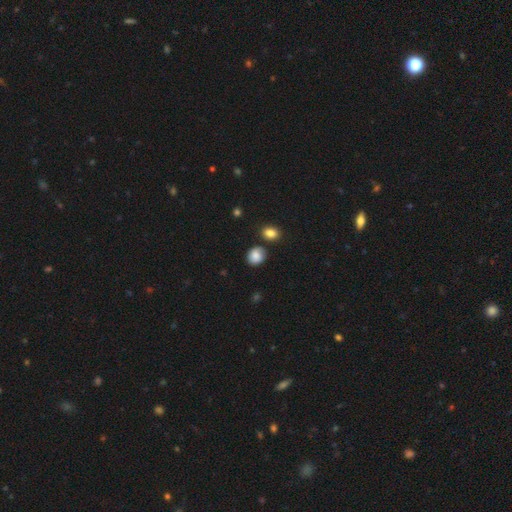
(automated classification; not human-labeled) smooth_or_featured: smooth (p=0.83) [alt: star or artifact p=0.09]
how_rounded: round (p=0.68) [alt: in between p=0.31]
merging: none (p=0.74) [alt: minor disturbance p=0.15]